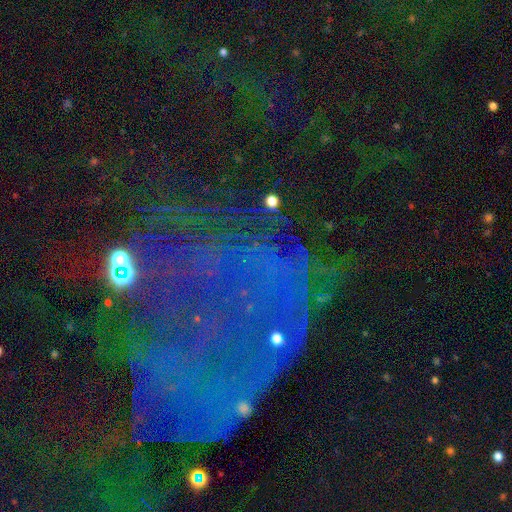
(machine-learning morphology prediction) star or artifact 63%, featured or disk 22%, smooth 15%.